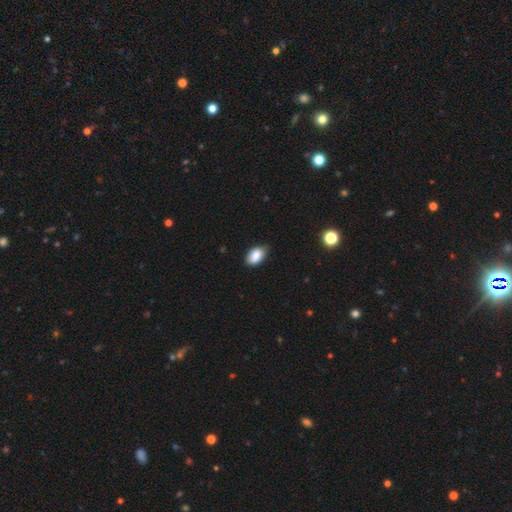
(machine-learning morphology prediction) The model was most divided on "merging": none: 74%, minor disturbance: 22%, major disturbance: 3%, merger: 1%. More confident: how rounded — in between (91%); smooth or featured — smooth (86%).